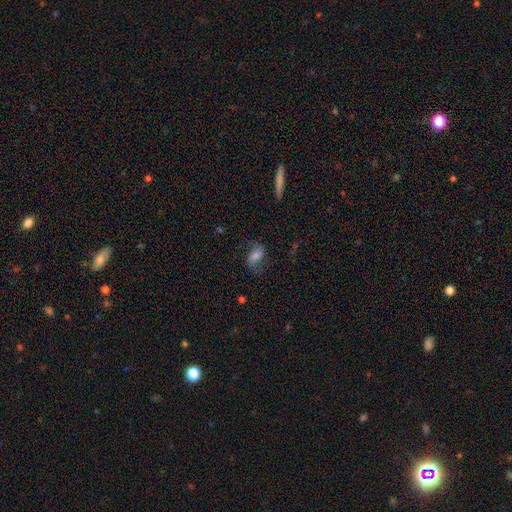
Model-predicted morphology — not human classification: A smooth galaxy with no disk features (49%). Merging: none (64%).